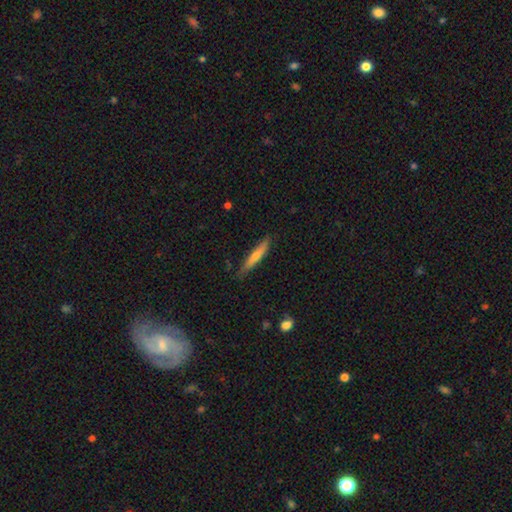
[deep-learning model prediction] Smooth or featured?
  - featured or disk: 49% *
  - smooth: 44%
  - star or artifact: 7%
Merging?
  - none: 86% *
  - minor disturbance: 11%
  - major disturbance: 2%
  - merger: 1%